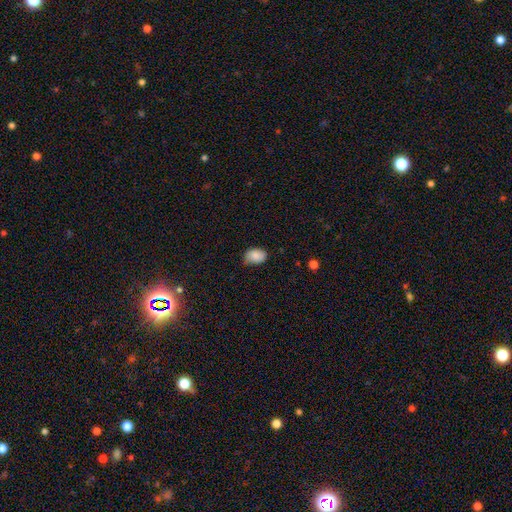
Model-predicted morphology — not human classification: This is clearly a smooth galaxy (87%). How rounded: likely in between (80%). Merging: likely none (72%).